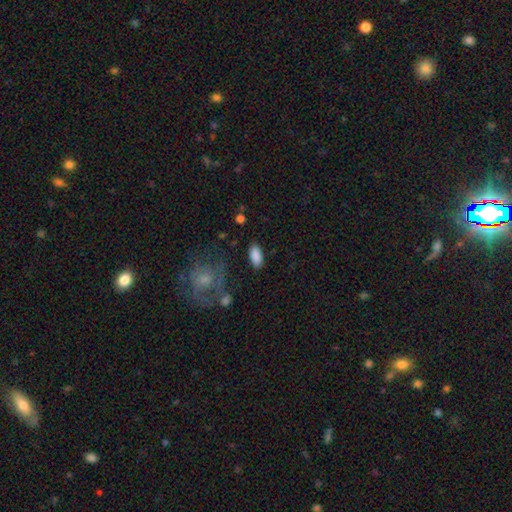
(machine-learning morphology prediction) Smooth or featured? Predicted: smooth (p=0.88). How rounded? Predicted: in between (p=0.90). Merging? Predicted: none (p=0.85).